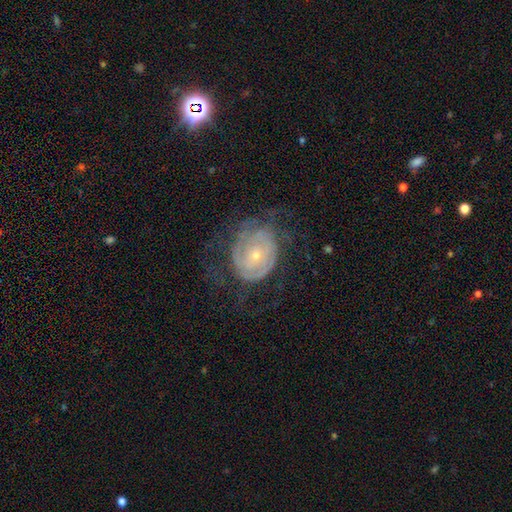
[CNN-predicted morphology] smooth-or-featured: featured or disk: 78% | smooth: 15% | star or artifact: 7%
  disk-edge-on: no: 97% | yes: 3%
    bar: no: 73% | weak: 22% | strong: 6%
    has-spiral-arms: yes: 86% | no: 14%
      spiral-winding: tight: 64% | medium: 26% | loose: 10%
      spiral-arm-count: can't tell: 42% | 2: 31% | 3: 12% | 1: 6% | 4: 6% | more than 4: 4%
    bulge-size: small: 74% | moderate: 22% | none: 1% | large: 1% | dominant: 1%
  merging: none: 55% | major disturbance: 22% | minor disturbance: 21% | merger: 1%